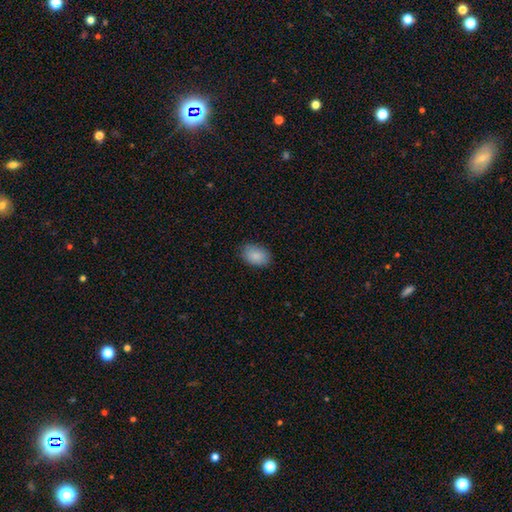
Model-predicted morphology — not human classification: Smooth or featured?
  - smooth: 89% *
  - star or artifact: 7%
  - featured or disk: 4%
How rounded?
  - in between: 85% *
  - round: 14%
  - cigar-shaped: 1%
Merging?
  - none: 85% *
  - minor disturbance: 12%
  - major disturbance: 3%
  - merger: 1%